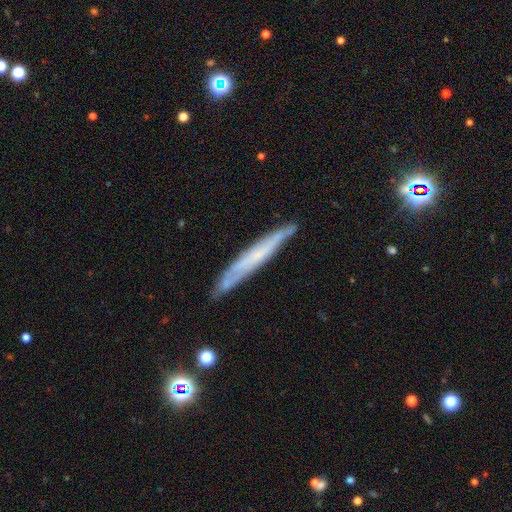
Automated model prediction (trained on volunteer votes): featured or disk 53%, smooth 39%, star or artifact 8%. Down the decision tree: edge-on disk — yes (86%); merging — none (81%).